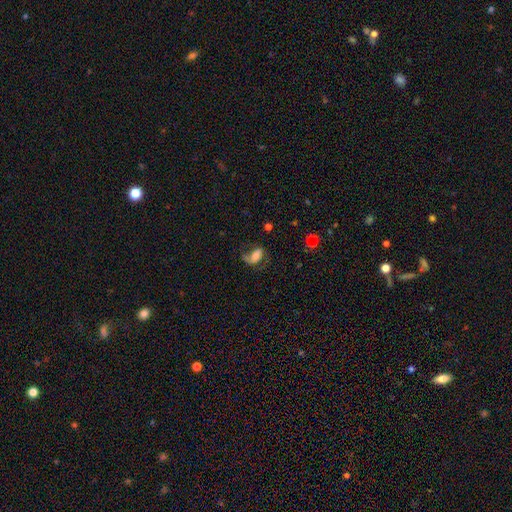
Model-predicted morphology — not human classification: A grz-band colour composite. It shows a smooth galaxy with no disk features (48%). Merging: none (41%).